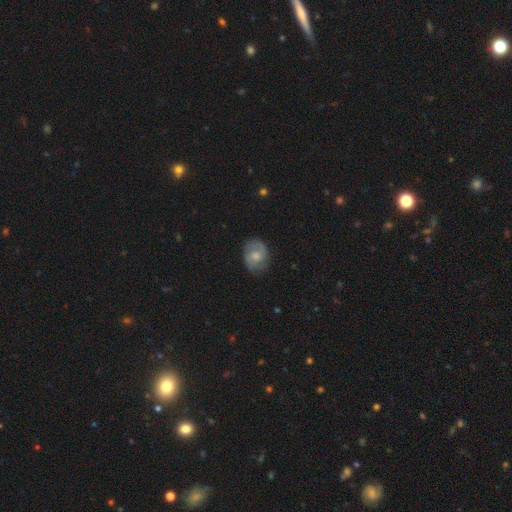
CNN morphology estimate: type=featured or disk (55%); edge-on=no (97%); bar=no (61%); spiral arms=yes (84%); bulge=moderate (51%); merging=none (74%).